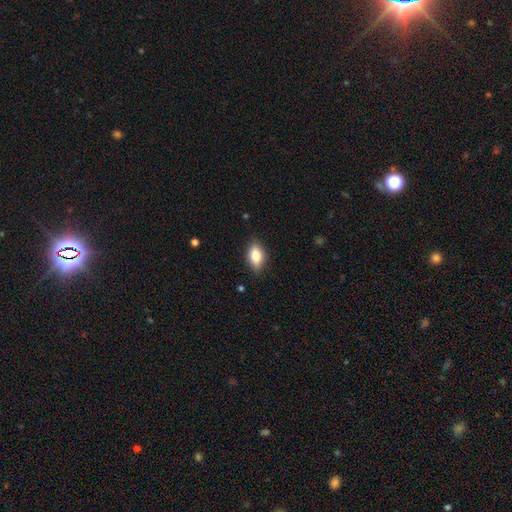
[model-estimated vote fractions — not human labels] Smooth or featured? Predicted: smooth (p=0.79). How rounded? Predicted: in between (p=0.86). Merging? Predicted: none (p=0.83).